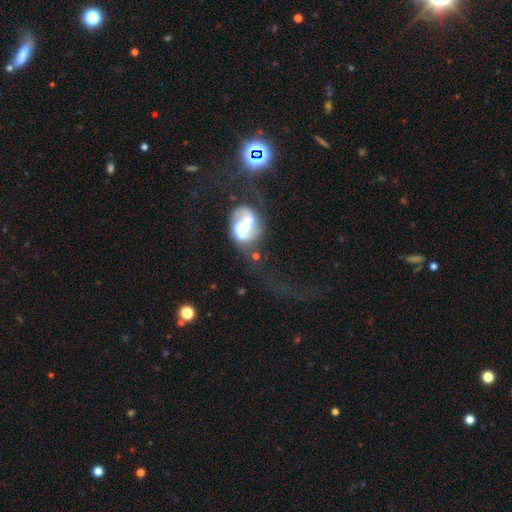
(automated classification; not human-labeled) This appears to be a featured or disk galaxy (75%) with no bar (42%), 2 (73%) loose (51%) spiral arms (82%) and a moderate central bulge (55%). Merging: major disturbance (33%).